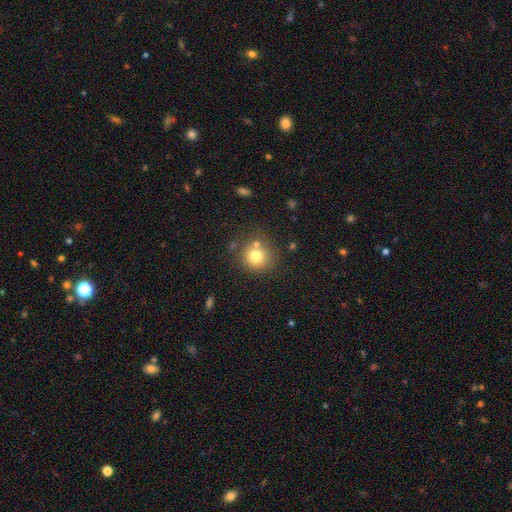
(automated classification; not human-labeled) Smooth or featured?
  - smooth: 75% *
  - star or artifact: 13%
  - featured or disk: 12%
How rounded?
  - round: 90% *
  - in between: 9%
  - cigar-shaped: 1%
Merging?
  - none: 70% *
  - merger: 14%
  - minor disturbance: 11%
  - major disturbance: 4%